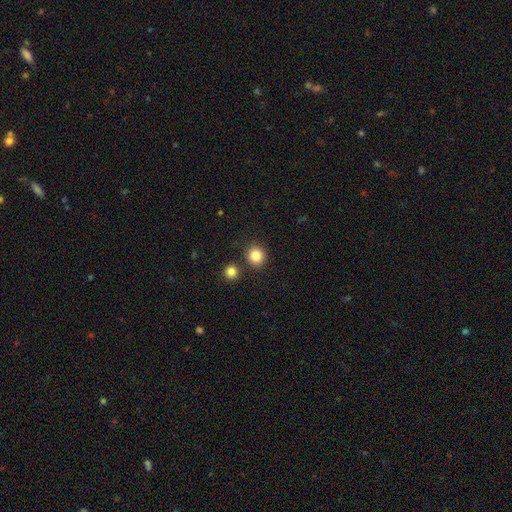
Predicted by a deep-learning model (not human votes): Smooth or featured? smooth (84%)
How rounded? round (90%)
Merging? none (86%)